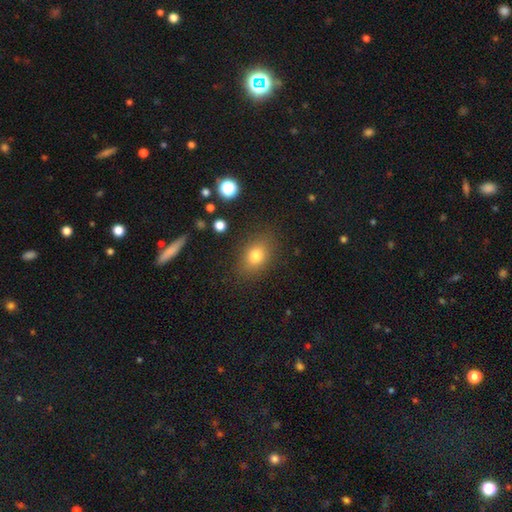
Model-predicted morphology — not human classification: smooth-or-featured: smooth: 78% | star or artifact: 12% | featured or disk: 10%
  how-rounded: in between: 68% | round: 30% | cigar-shaped: 2%
  merging: none: 83% | minor disturbance: 11% | major disturbance: 4% | merger: 2%